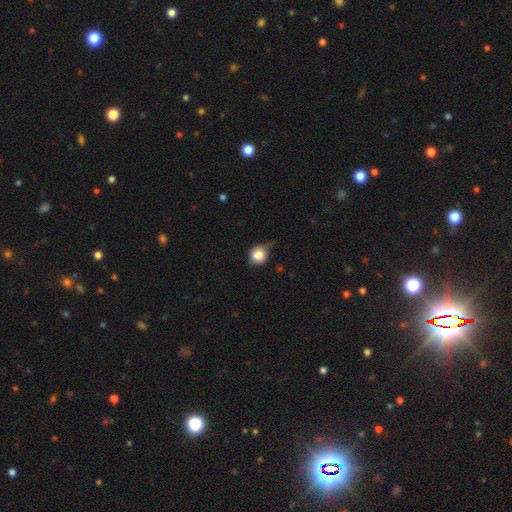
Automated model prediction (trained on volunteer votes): Smooth or featured: smooth — 84% (star or artifact — 9%)
How rounded: round — 85% (in between — 14%)
Merging: none — 56% (minor disturbance — 33%)